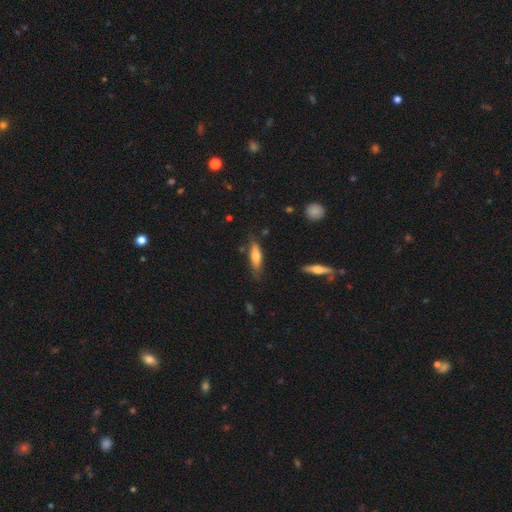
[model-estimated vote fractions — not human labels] The model was most divided on "how rounded": cigar-shaped: 63%, in between: 36%, round: 2%. More confident: merging — none (73%); smooth or featured — smooth (65%).